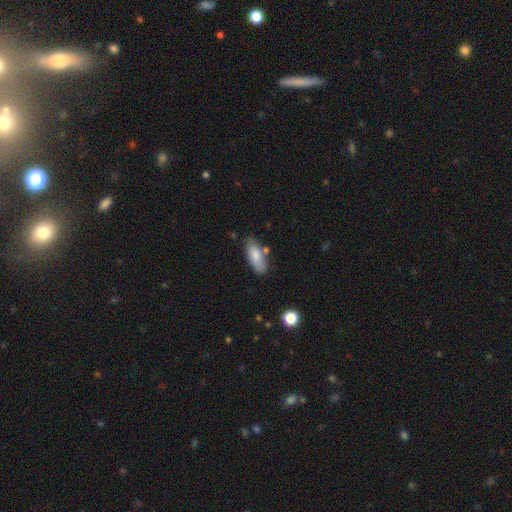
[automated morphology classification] Overall: smooth (81%). How rounded: in between (79%). Merging: none (70%).